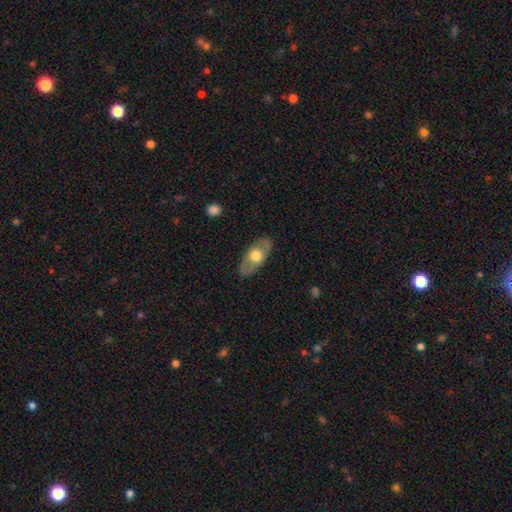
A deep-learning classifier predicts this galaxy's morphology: A smooth galaxy with no disk features (48%).

Vote fractions:
- Smooth or featured? smooth: 48% / featured or disk: 47% / star or artifact: 5%
- Merging? none: 84% / minor disturbance: 12% / major disturbance: 3% / merger: 1%